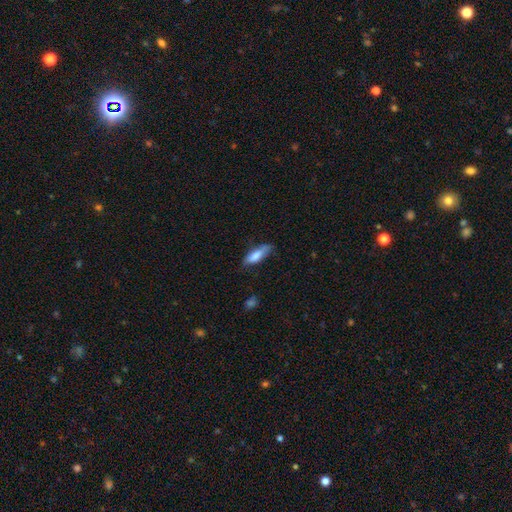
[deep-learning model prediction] Overall: smooth (77%). How rounded: in between (52%; cigar-shaped 46%). Merging: none (67%).